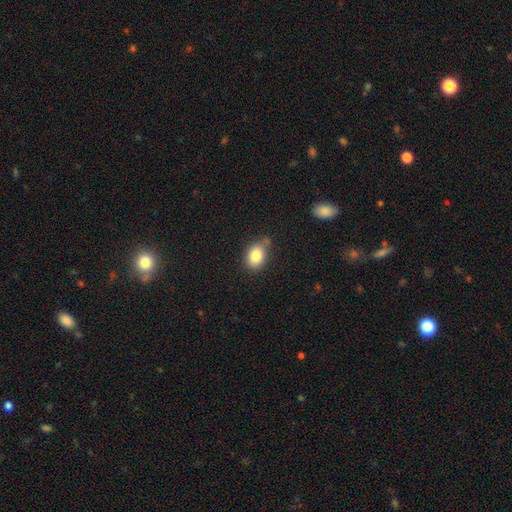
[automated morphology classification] smooth_or_featured: smooth (p=0.84) [alt: star or artifact p=0.09]
how_rounded: in between (p=0.73) [alt: round p=0.26]
merging: none (p=0.68) [alt: minor disturbance p=0.21]